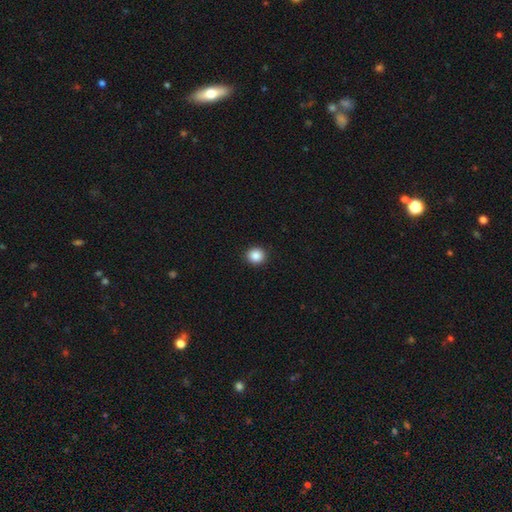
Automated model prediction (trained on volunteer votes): This appears to be a smooth galaxy with no disk features (88%) that is round (91%). Merging: none (93%).